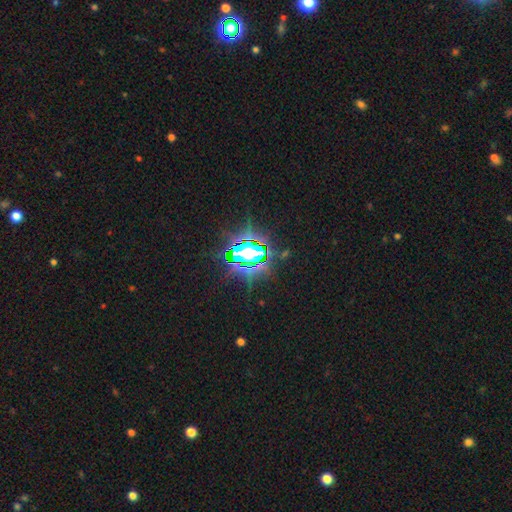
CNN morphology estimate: A star or artifact, not a galaxy (83%).

Vote fractions:
- Smooth or featured? star or artifact: 83% / smooth: 11% / featured or disk: 6%